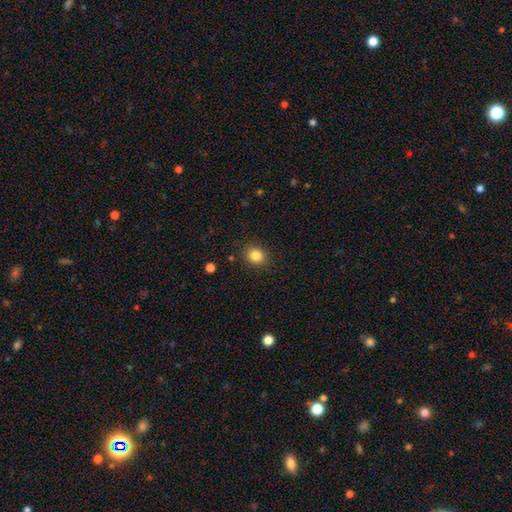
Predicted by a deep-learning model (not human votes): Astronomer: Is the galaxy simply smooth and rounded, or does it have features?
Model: smooth — 84%.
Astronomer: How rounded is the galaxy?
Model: round — 70%.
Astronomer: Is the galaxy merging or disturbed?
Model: none — 88%.